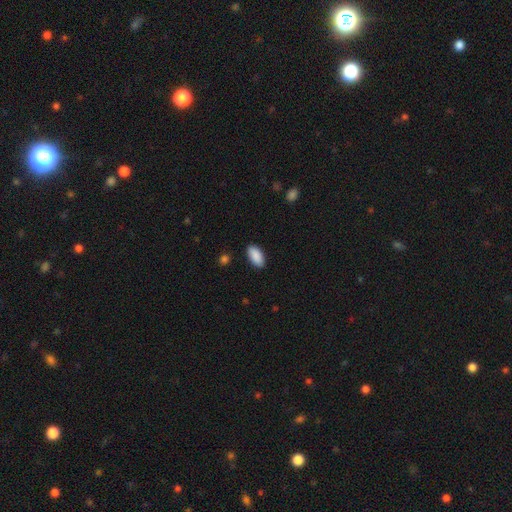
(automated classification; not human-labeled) The model was most divided on "merging": none: 89%, minor disturbance: 8%, major disturbance: 2%, merger: 1%. More confident: how rounded — in between (94%); smooth or featured — smooth (91%).